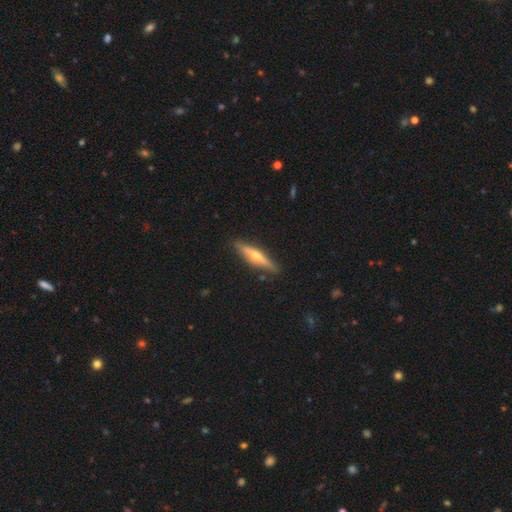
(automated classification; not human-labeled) A featured or disk galaxy (64%) viewed edge-on (96%) with a rounded central bulge (86%). Merging: none (88%).